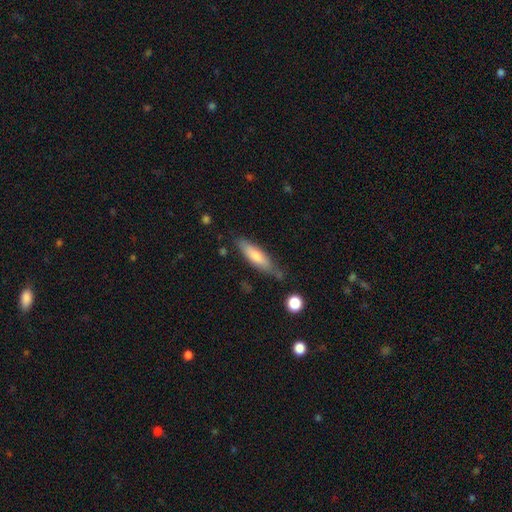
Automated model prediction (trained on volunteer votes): Morphology: type=smooth (66%); roundness=cigar-shaped (69%); merging=none (71%).